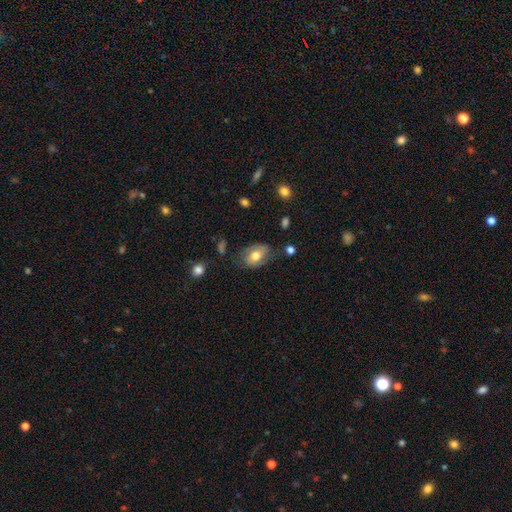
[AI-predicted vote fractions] A smooth galaxy with no disk features (64%) that is in between round and cigar-shaped (80%). Merging: none (59%).